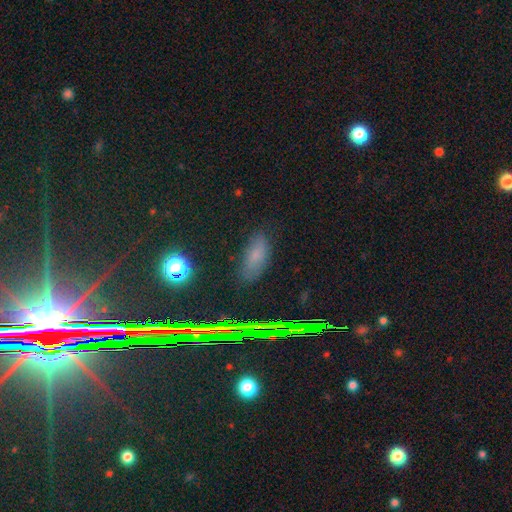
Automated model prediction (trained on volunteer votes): Q: Smooth or featured?
A: smooth (67%); runner-up: star or artifact (22%)
Q: How rounded?
A: in between (75%); runner-up: cigar-shaped (21%)
Q: Merging?
A: none (79%); runner-up: minor disturbance (15%)